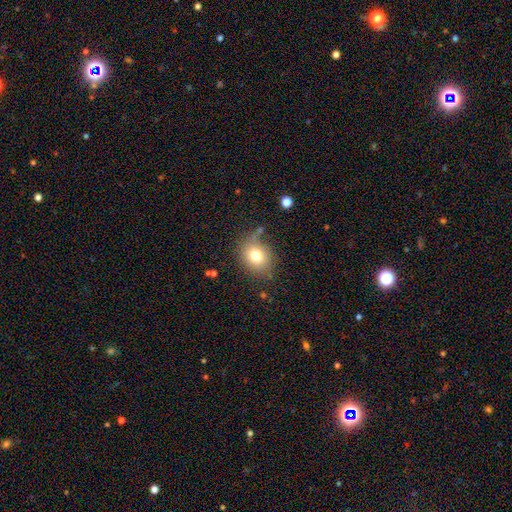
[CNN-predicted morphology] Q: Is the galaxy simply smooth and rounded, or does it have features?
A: smooth — 75%.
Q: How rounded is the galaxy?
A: round — 61%.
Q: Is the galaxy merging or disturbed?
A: none — 71%.